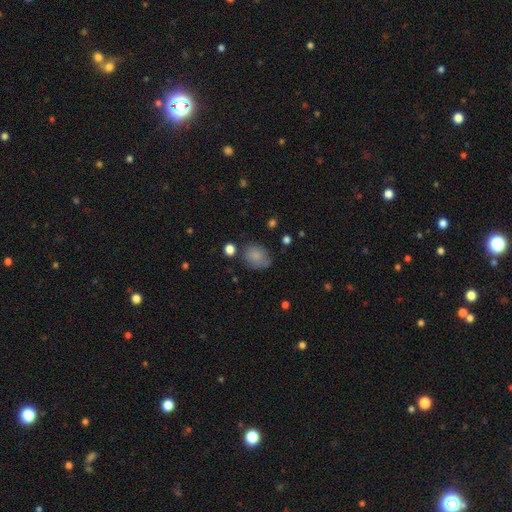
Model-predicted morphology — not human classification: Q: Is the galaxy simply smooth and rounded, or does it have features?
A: smooth — 80%.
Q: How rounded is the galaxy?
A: in between — 53%.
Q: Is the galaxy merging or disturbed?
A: none — 60%.